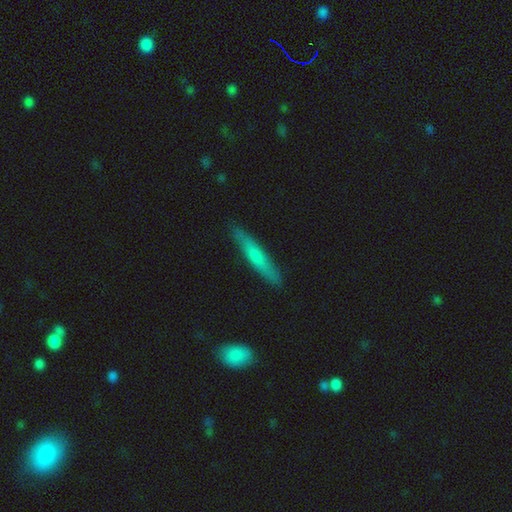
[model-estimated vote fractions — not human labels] A smooth galaxy with no disk features (60%) that is cigar-shaped (92%).

Vote fractions:
- Smooth or featured? smooth: 60% / featured or disk: 34% / star or artifact: 6%
- How rounded? cigar-shaped: 92% / in between: 6% / round: 2%
- Merging? none: 87% / minor disturbance: 10% / major disturbance: 2% / merger: 1%